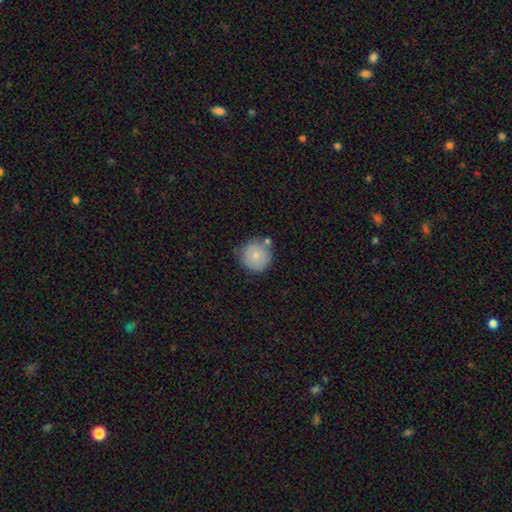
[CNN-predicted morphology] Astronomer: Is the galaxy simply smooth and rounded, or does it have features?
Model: smooth — 77%.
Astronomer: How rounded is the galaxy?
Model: round — 94%.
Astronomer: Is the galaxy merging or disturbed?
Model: none — 72%.